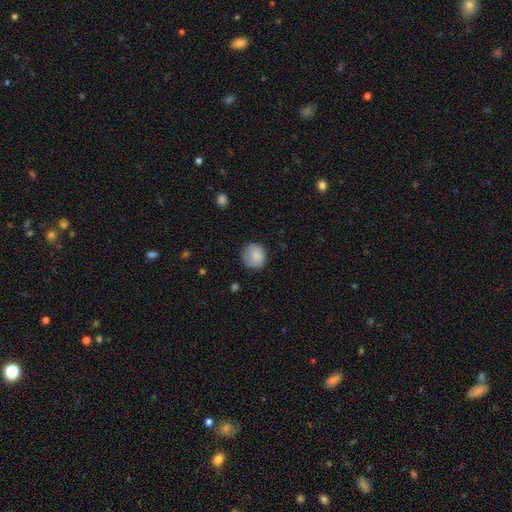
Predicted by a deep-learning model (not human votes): Smooth or featured? Predicted: smooth (p=0.85). How rounded? Predicted: round (p=0.80). Merging? Predicted: none (p=0.76).